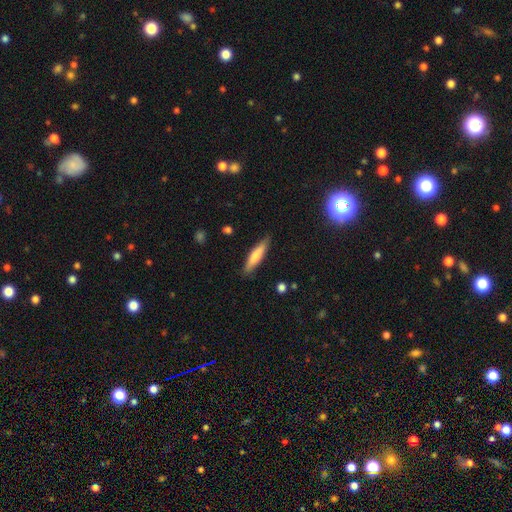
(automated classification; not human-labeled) This is likely a smooth galaxy (69%). How rounded: clearly cigar-shaped (80%). Merging: clearly none (86%).